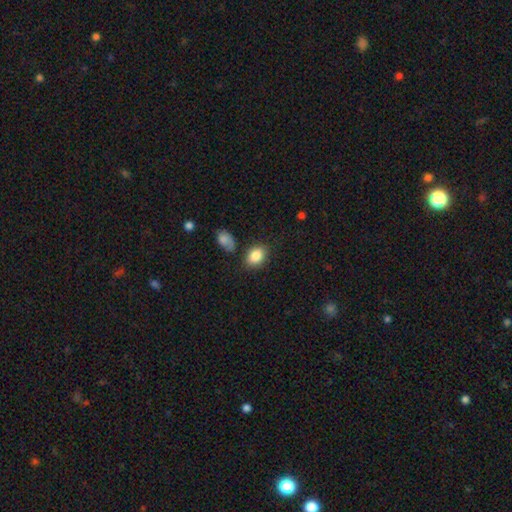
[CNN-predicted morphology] Smooth or featured? Predicted: smooth (p=0.86). How rounded? Predicted: in between (p=0.73). Merging? Predicted: none (p=0.74).